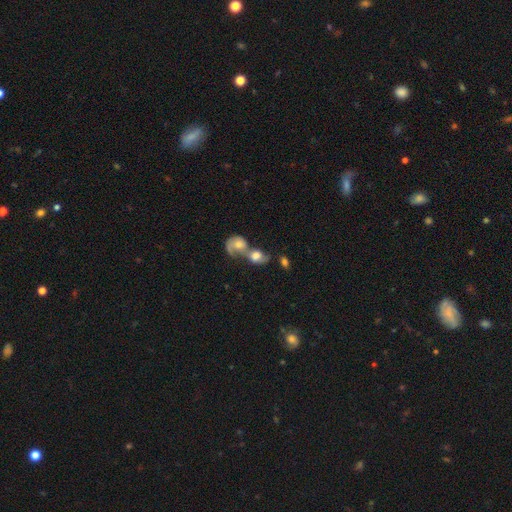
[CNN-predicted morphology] The model was most divided on "smooth or featured": smooth: 53%, featured or disk: 38%, star or artifact: 9%. More confident: merging — merger (80%); how rounded — in between (57%).